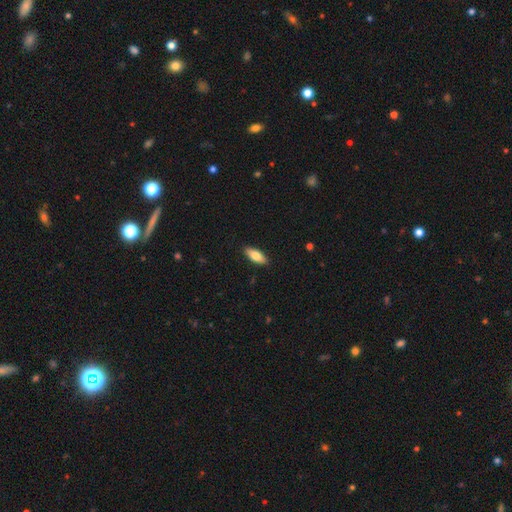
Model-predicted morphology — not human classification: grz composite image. It shows a smooth galaxy with no disk features (78%) that is in between round and cigar-shaped (77%). Merging: none (88%).